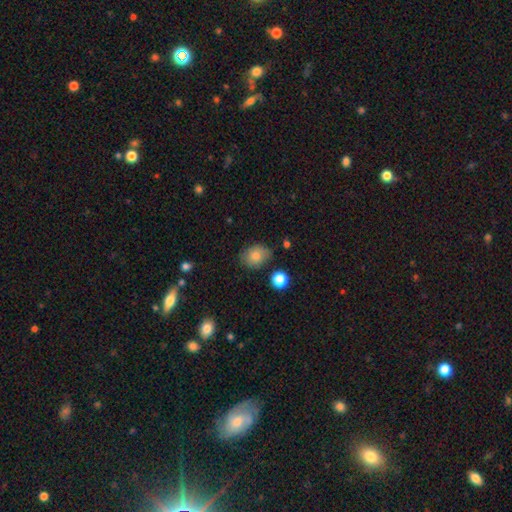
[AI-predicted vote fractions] A smooth galaxy with no disk features (79%) that is in between round and cigar-shaped (57%). Merging: none (78%).